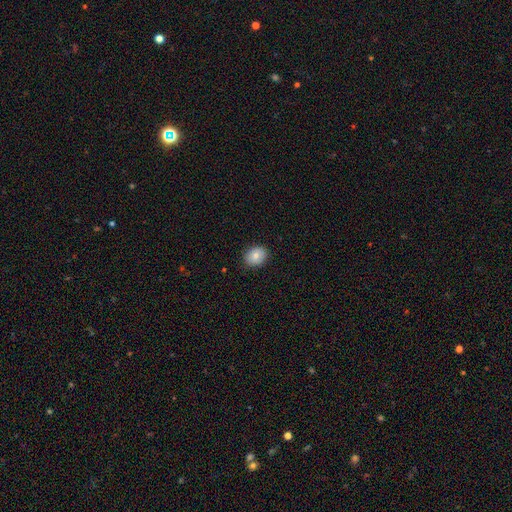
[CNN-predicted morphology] This is likely a smooth galaxy (80%). How rounded: possibly round (50%). Merging: clearly none (87%).